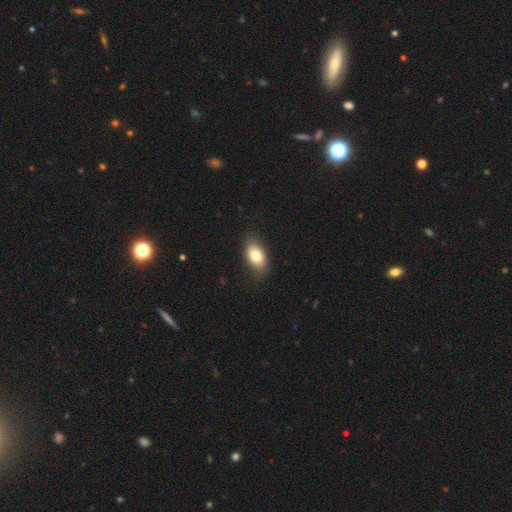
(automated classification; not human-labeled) smooth_or_featured: smooth (p=0.77) [alt: featured or disk p=0.15]
how_rounded: in between (p=0.90) [alt: round p=0.08]
merging: none (p=0.80) [alt: minor disturbance p=0.16]